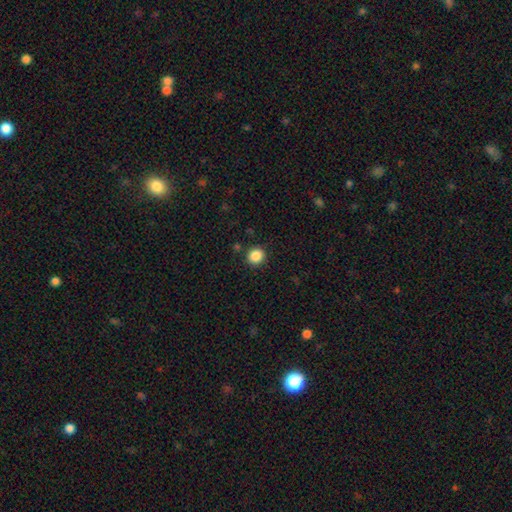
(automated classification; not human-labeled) smooth_or_featured: smooth (p=0.86) [alt: star or artifact p=0.10]
how_rounded: round (p=0.87) [alt: in between p=0.12]
merging: none (p=0.90) [alt: minor disturbance p=0.06]